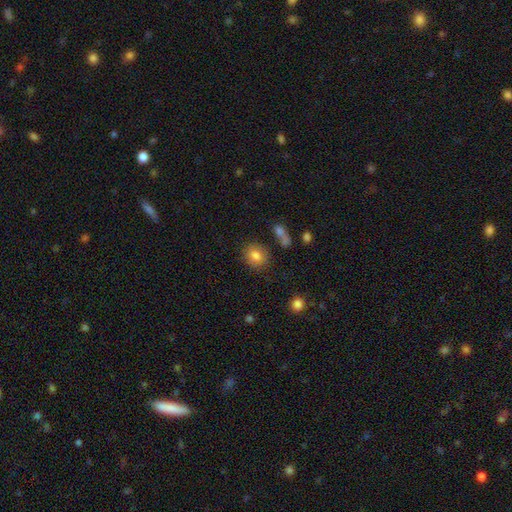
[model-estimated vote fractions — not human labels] Q: Smooth or featured?
A: smooth (81%); runner-up: star or artifact (10%)
Q: How rounded?
A: round (74%); runner-up: in between (25%)
Q: Merging?
A: none (79%); runner-up: minor disturbance (12%)